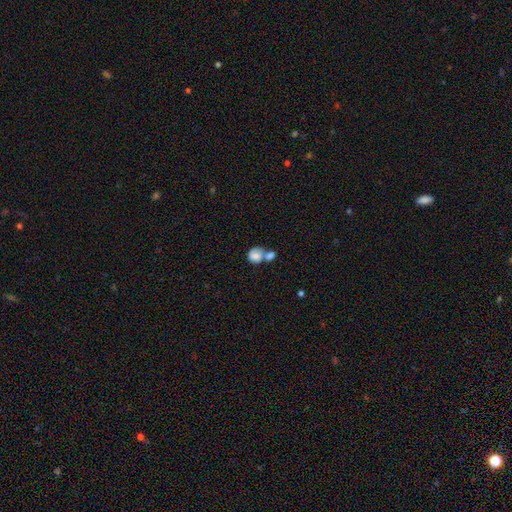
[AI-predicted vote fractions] Overall: smooth (71%). How rounded: round (72%). Merging: merger (57%; none 25%).